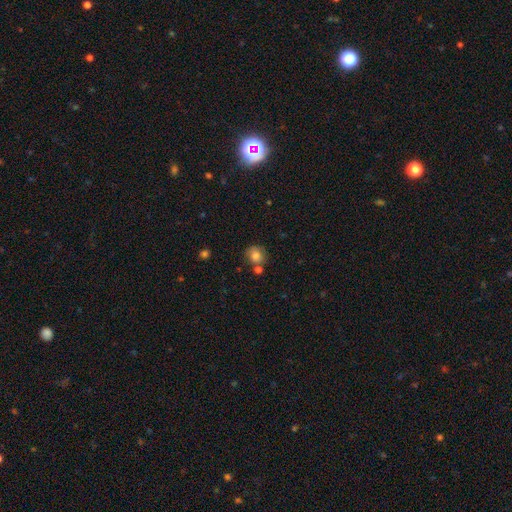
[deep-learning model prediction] The model was most divided on "merging": none: 67%, merger: 15%, minor disturbance: 15%, major disturbance: 4%. More confident: smooth or featured — smooth (80%); how rounded — round (79%).